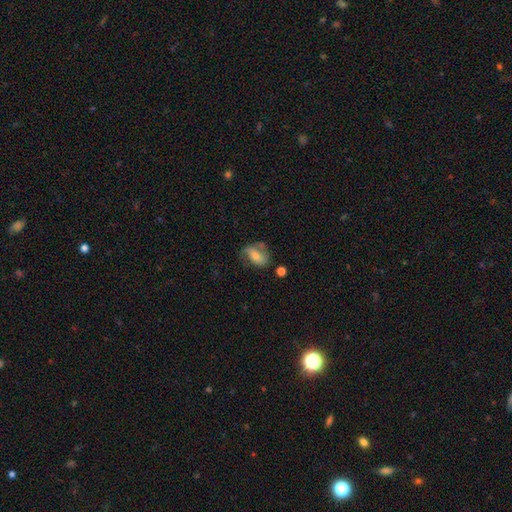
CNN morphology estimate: smooth_or_featured: smooth (p=0.48) [alt: featured or disk p=0.44]
merging: none (p=0.44) [alt: minor disturbance p=0.28]